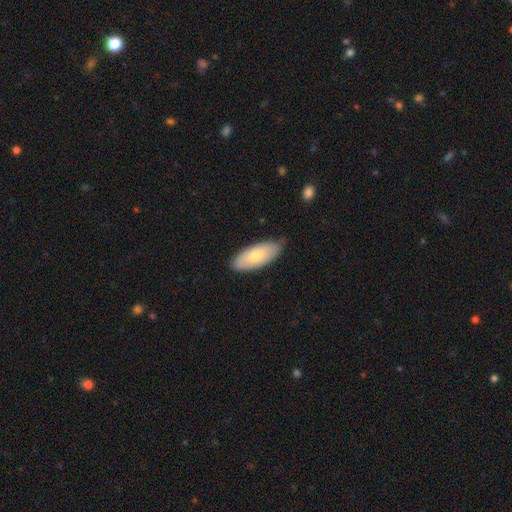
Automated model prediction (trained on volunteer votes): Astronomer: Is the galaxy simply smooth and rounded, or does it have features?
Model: smooth — 71%.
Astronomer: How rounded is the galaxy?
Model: in between — 85%.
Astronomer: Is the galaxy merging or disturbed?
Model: none — 81%.